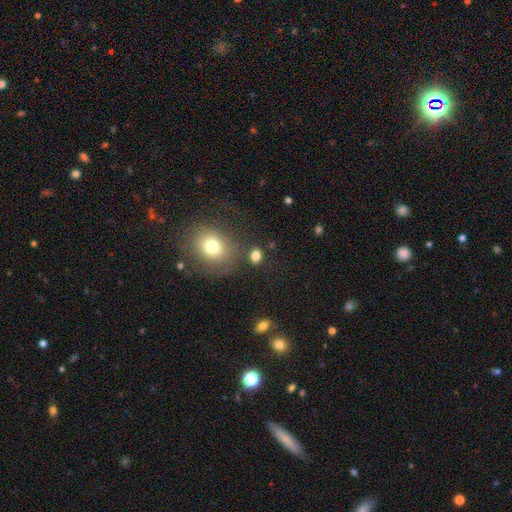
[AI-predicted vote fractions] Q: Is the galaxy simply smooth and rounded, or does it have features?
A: smooth — 80%.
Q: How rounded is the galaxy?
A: in between — 54%.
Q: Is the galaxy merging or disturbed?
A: none — 75%.